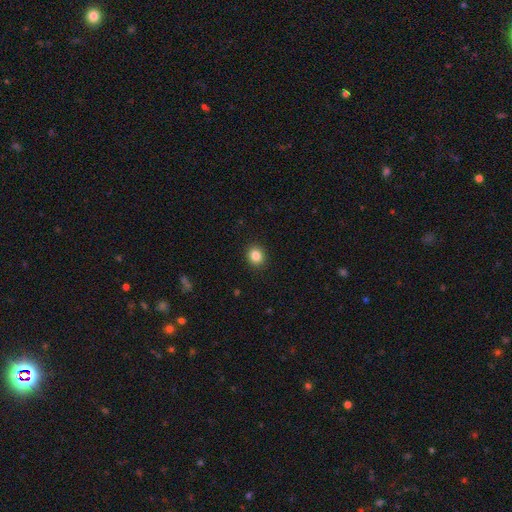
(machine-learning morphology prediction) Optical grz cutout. It shows a smooth galaxy with no disk features (85%) that is round (78%). Merging: none (91%).